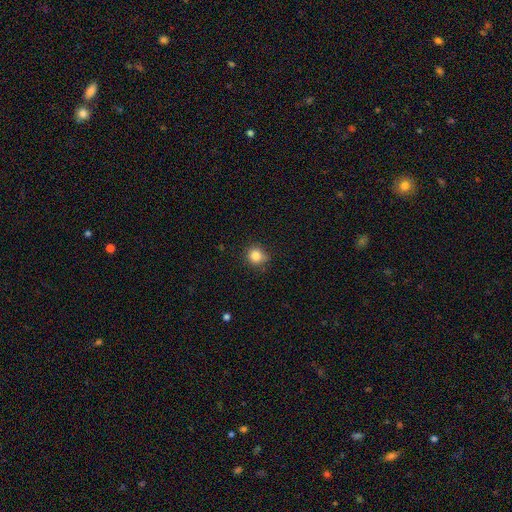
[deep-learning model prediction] Smooth or featured?
  - smooth: 84% *
  - star or artifact: 11%
  - featured or disk: 5%
How rounded?
  - round: 87% *
  - in between: 12%
  - cigar-shaped: 1%
Merging?
  - none: 78% *
  - minor disturbance: 17%
  - major disturbance: 3%
  - merger: 2%